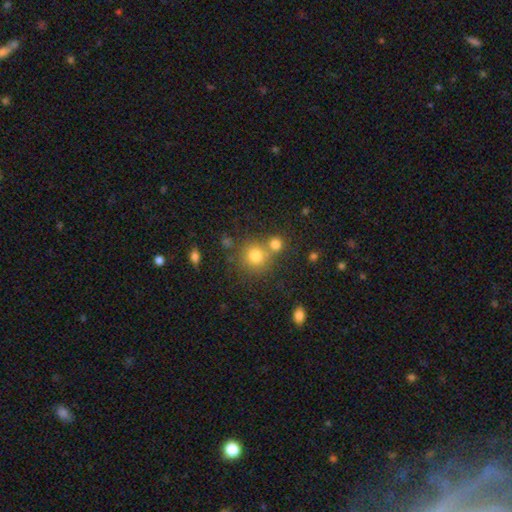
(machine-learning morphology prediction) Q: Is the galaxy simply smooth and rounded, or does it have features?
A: smooth — 77%.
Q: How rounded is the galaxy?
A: round — 89%.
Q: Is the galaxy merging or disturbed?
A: none — 60%.